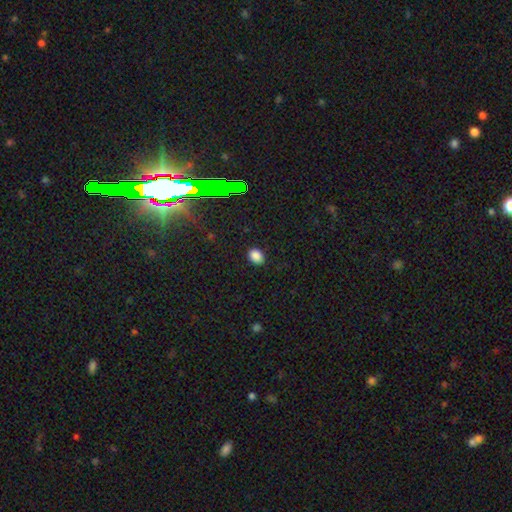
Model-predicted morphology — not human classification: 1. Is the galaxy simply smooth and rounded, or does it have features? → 84% smooth, 12% star or artifact, 4% featured or disk.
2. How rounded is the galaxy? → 61% in between, 38% round, 1% cigar-shaped.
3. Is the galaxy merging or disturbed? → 88% none, 9% minor disturbance, 2% major disturbance, 1% merger.